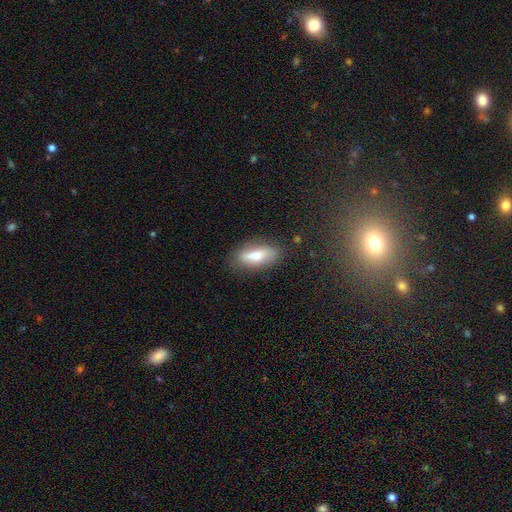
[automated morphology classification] Smooth or featured?
  - smooth: 63% *
  - featured or disk: 30%
  - star or artifact: 7%
How rounded?
  - in between: 67% *
  - cigar-shaped: 30%
  - round: 3%
Merging?
  - none: 81% *
  - minor disturbance: 14%
  - major disturbance: 4%
  - merger: 2%